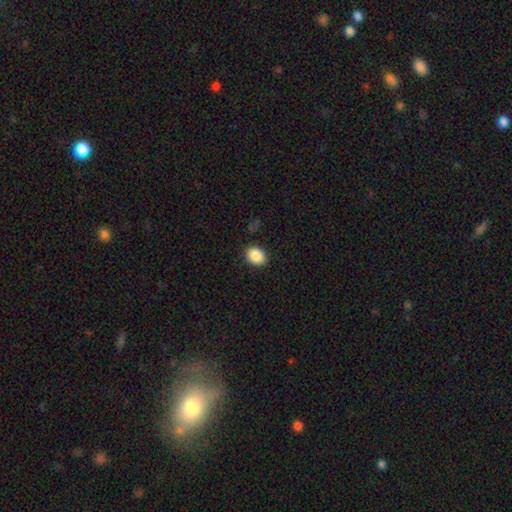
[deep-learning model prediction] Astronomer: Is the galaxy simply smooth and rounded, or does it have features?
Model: smooth — 88%.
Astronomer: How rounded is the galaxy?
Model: in between — 59% (runner-up: round, 40%).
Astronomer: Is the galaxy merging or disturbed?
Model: none — 89%.